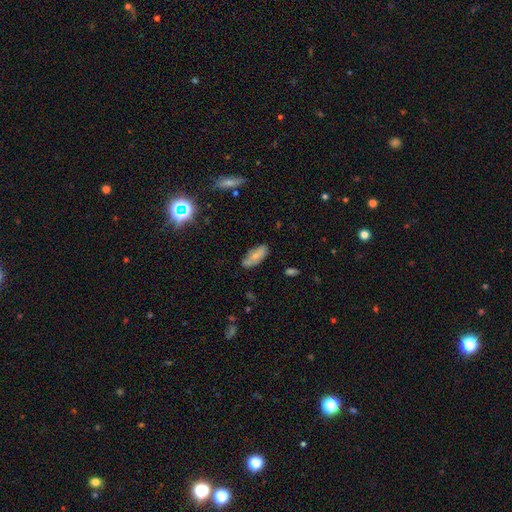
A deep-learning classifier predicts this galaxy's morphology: Smooth or featured? Predicted: smooth (p=0.73). How rounded? Predicted: in between (p=0.84). Merging? Predicted: none (p=0.73).